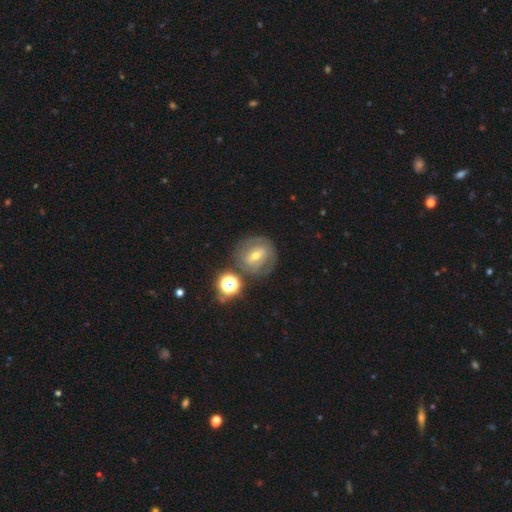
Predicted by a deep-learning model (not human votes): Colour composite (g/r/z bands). It shows a featured or disk galaxy (63%) with a weak bar (42%), spiral arms (61%) and a moderate central bulge (51%). Merging: none (73%).